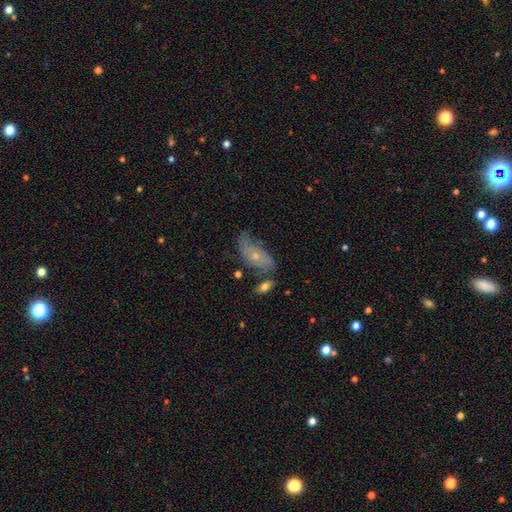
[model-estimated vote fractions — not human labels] Q: Smooth or featured?
A: featured or disk (60%); runner-up: smooth (31%)
Q: Edge-on disk?
A: no (91%); runner-up: yes (9%)
Q: Bar?
A: no (79%); runner-up: weak (18%)
Q: Spiral arms?
A: yes (77%); runner-up: no (23%)
Q: Bulge size?
A: small (68%); runner-up: moderate (27%)
Q: Merging?
A: none (46%); runner-up: minor disturbance (28%)